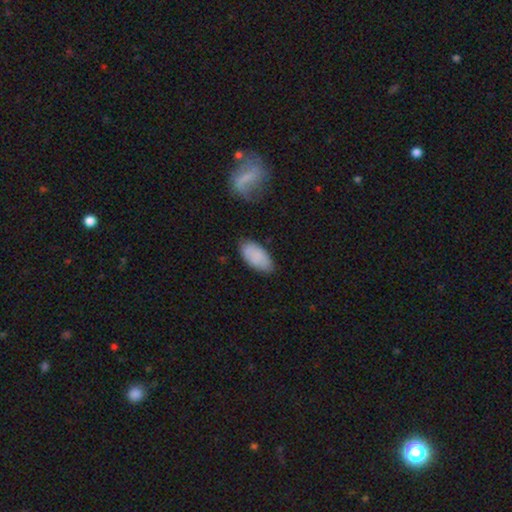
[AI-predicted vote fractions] smooth 84%, featured or disk 9%, star or artifact 6%. Down the decision tree: how rounded — in between (94%); merging — none (75%).